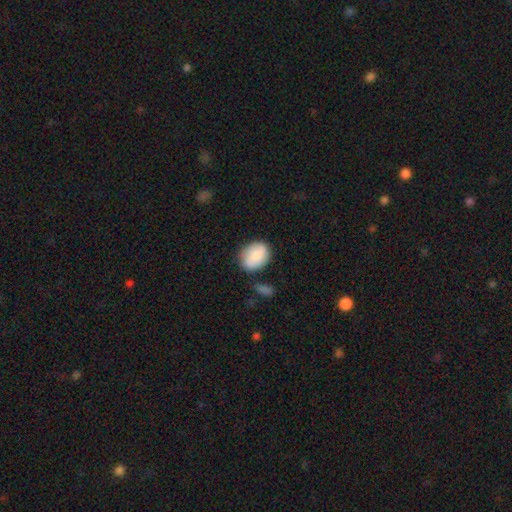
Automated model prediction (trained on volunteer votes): A smooth galaxy with no disk features (82%) that is in between round and cigar-shaped (65%).

Vote fractions:
- Smooth or featured? smooth: 82% / featured or disk: 11% / star or artifact: 7%
- How rounded? in between: 65% / round: 34% / cigar-shaped: 1%
- Merging? none: 66% / minor disturbance: 21% / merger: 7% / major disturbance: 6%